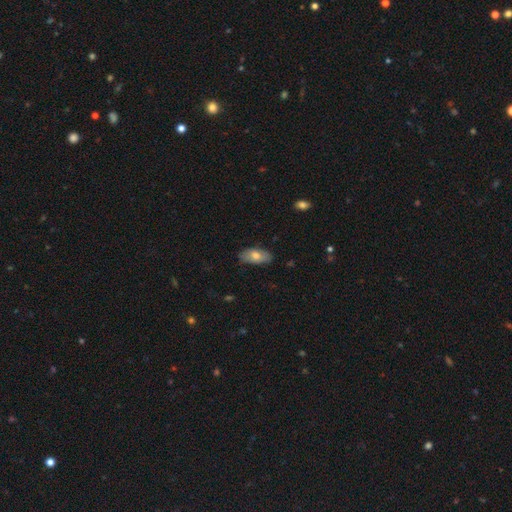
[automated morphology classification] Smooth or featured? smooth (71%)
How rounded? in between (90%)
Merging? none (82%)